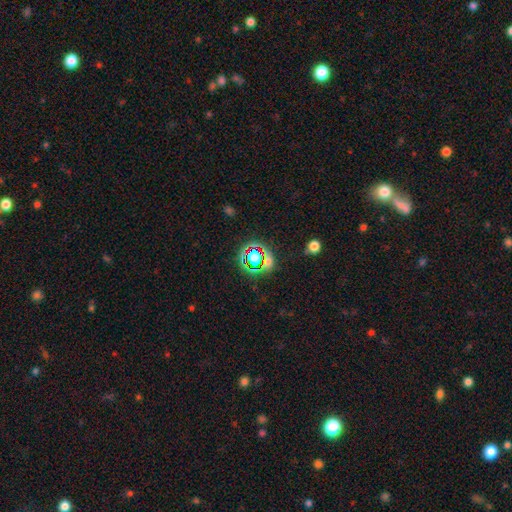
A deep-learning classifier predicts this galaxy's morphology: This appears to be a star or artifact, not a galaxy (64%).